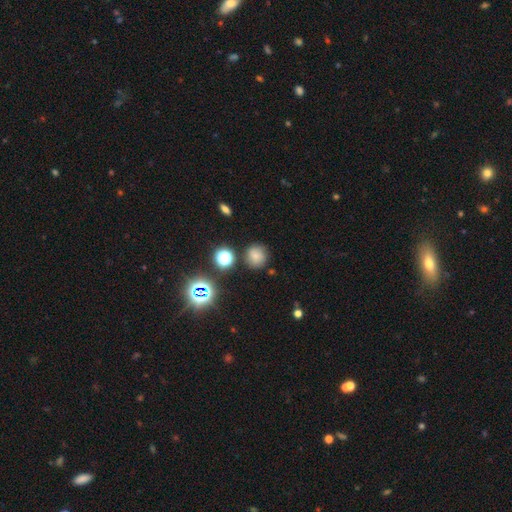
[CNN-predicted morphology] Q: Smooth or featured?
A: smooth (68%); runner-up: star or artifact (20%)
Q: How rounded?
A: round (87%); runner-up: in between (12%)
Q: Merging?
A: none (80%); runner-up: minor disturbance (12%)